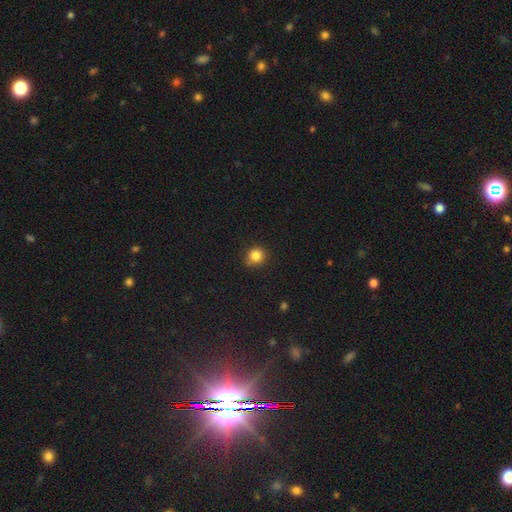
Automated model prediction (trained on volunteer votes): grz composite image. It shows a smooth galaxy with no disk features (84%) that is round (91%). Merging: none (81%).